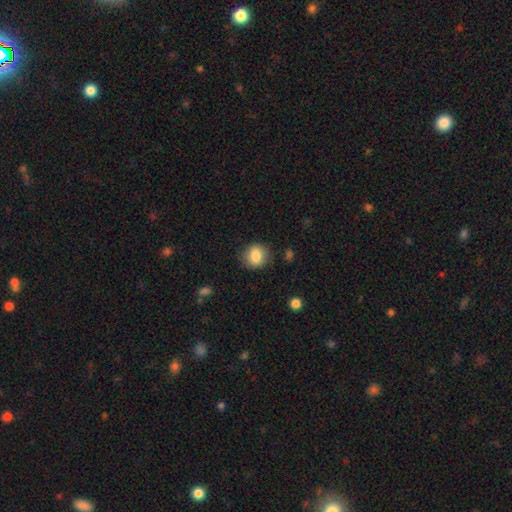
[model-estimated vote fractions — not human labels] smooth-or-featured: smooth: 83% | star or artifact: 9% | featured or disk: 8%
  how-rounded: round: 72% | in between: 27% | cigar-shaped: 1%
  merging: none: 83% | minor disturbance: 12% | major disturbance: 3% | merger: 1%